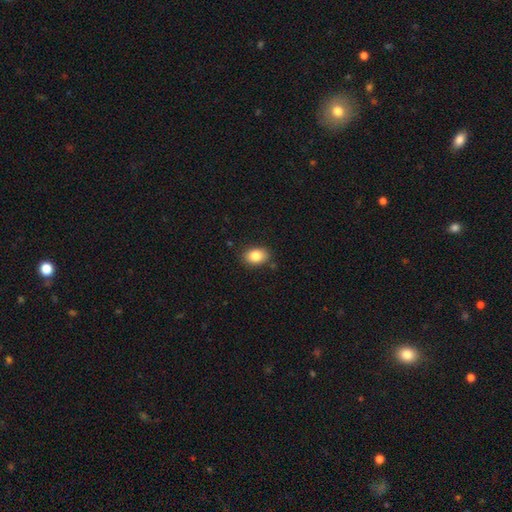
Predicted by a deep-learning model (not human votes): The model was most divided on "how rounded": in between: 74%, round: 25%, cigar-shaped: 1%. More confident: merging — none (86%); smooth or featured — smooth (83%).